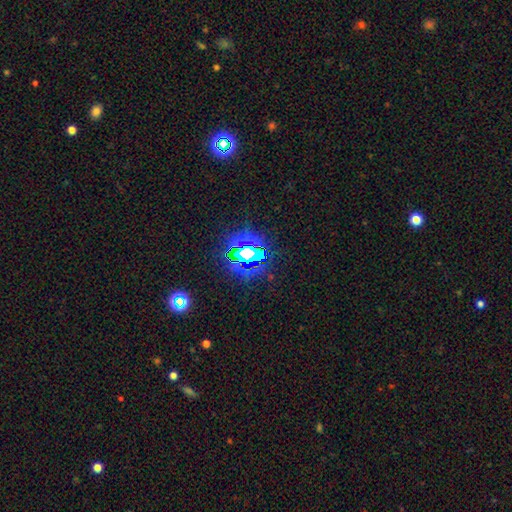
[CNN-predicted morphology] A star or artifact, not a galaxy (74%).